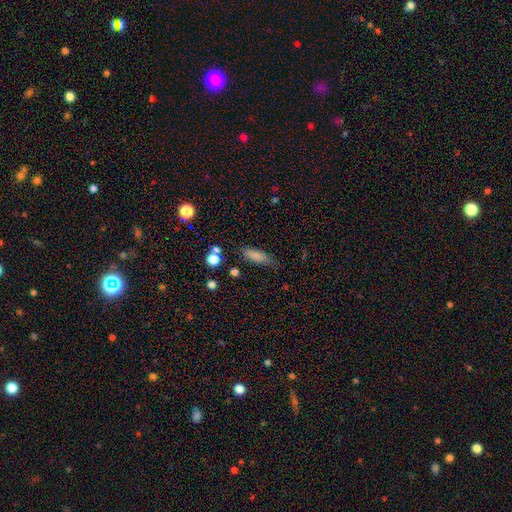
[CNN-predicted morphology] The model was most divided on "how rounded": in between: 59%, cigar-shaped: 38%, round: 3%. More confident: smooth or featured — smooth (82%); merging — none (74%).